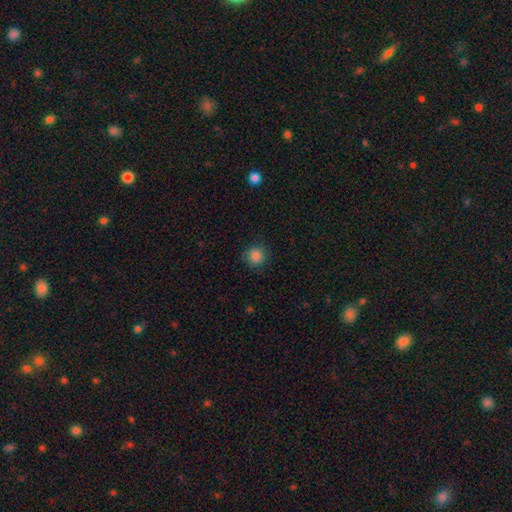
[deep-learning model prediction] This appears to be a smooth galaxy with no disk features (86%) that is round (90%). Merging: none (83%).